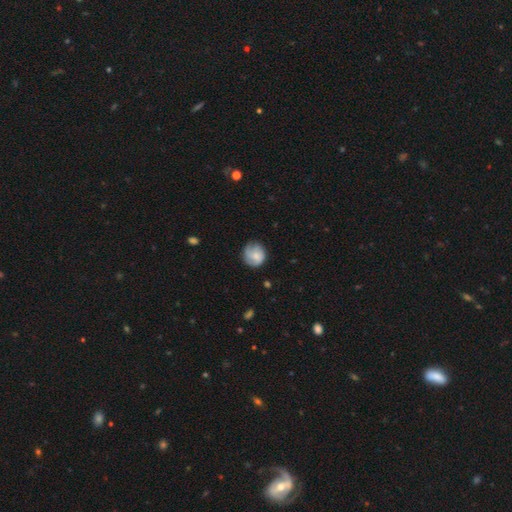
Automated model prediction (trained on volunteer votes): smooth-or-featured: smooth: 67% | featured or disk: 26% | star or artifact: 7%
  how-rounded: round: 85% | in between: 14% | cigar-shaped: 1%
  merging: none: 68% | minor disturbance: 24% | major disturbance: 7% | merger: 1%